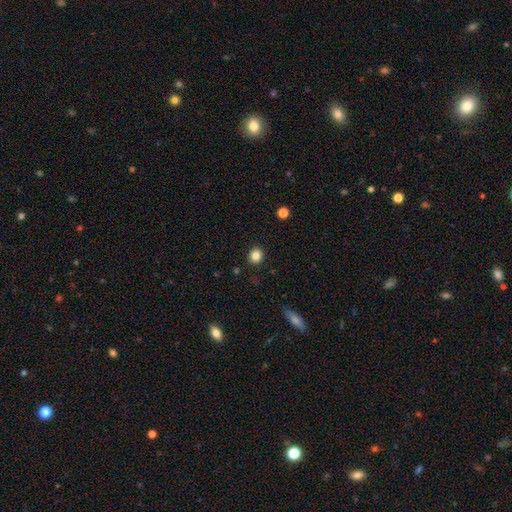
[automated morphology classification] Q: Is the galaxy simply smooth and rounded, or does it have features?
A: smooth — 84%.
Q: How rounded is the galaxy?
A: round — 77%.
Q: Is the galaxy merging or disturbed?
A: none — 90%.